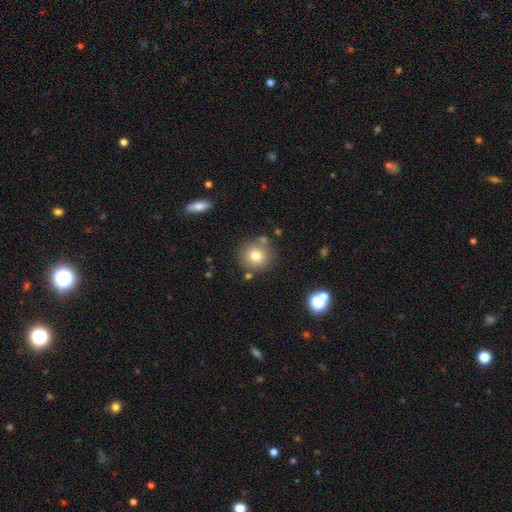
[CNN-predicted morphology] type=smooth (77%); roundness=round (91%); merging=none (78%).